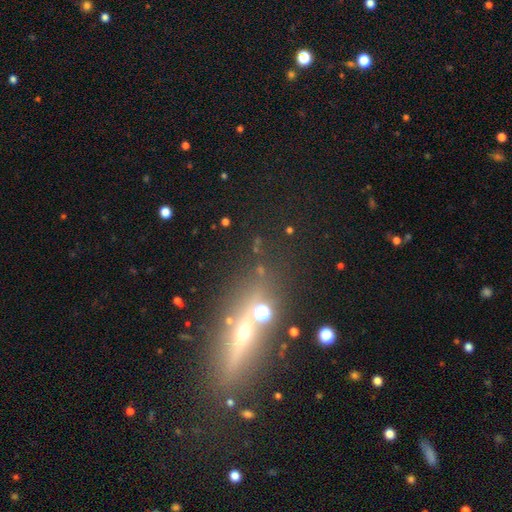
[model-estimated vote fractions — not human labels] Q: Smooth or featured?
A: featured or disk (36%); runner-up: star or artifact (32%)
Q: Merging?
A: none (61%); runner-up: merger (21%)